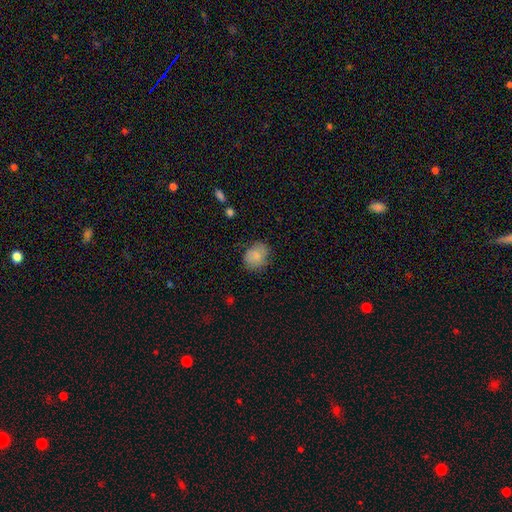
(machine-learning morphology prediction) Overall: smooth (78%). How rounded: round (63%; in between 36%). Merging: none (71%).